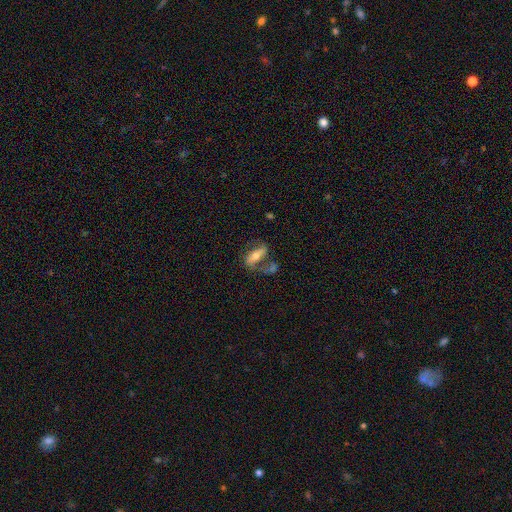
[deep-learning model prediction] Smooth or featured?
  - featured or disk: 54% *
  - smooth: 38%
  - star or artifact: 8%
Edge-on disk?
  - no: 75% *
  - yes: 25%
Merging?
  - none: 45% *
  - merger: 22%
  - minor disturbance: 17%
  - major disturbance: 16%